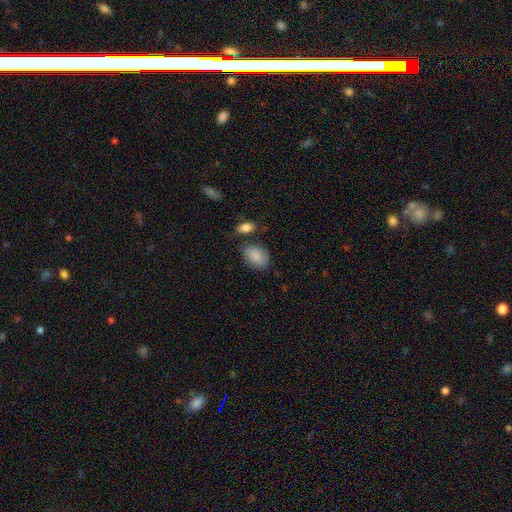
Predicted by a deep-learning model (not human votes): Smooth or featured: smooth — 85% (featured or disk — 8%)
How rounded: in between — 84% (round — 15%)
Merging: none — 69% (minor disturbance — 20%)